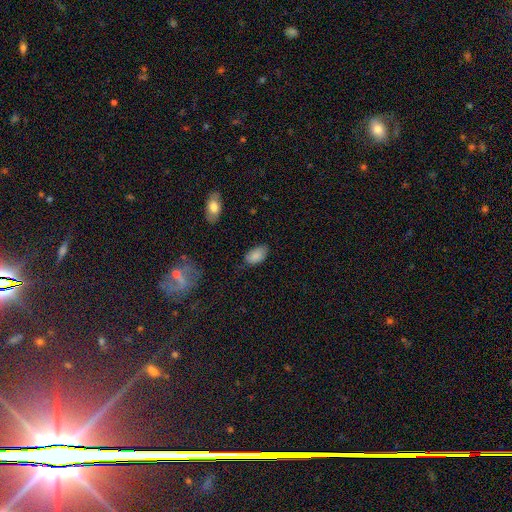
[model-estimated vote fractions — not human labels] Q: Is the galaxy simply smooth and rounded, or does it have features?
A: smooth — 86%.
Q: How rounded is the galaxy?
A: in between — 94%.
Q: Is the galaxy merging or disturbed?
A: none — 71%.